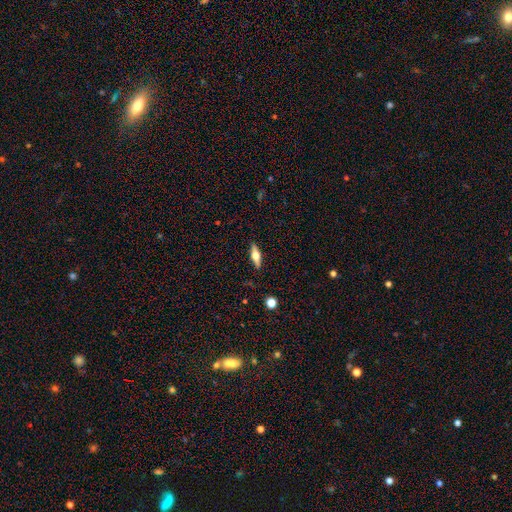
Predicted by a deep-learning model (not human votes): Overall: featured or disk (59%; smooth 34%). Edge-on disk: yes (94%). Edge-on bulge: rounded (94%). Merging: none (88%).